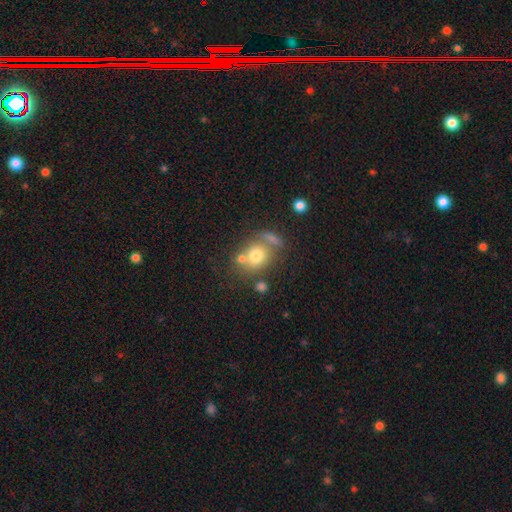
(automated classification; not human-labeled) smooth_or_featured: smooth (p=0.71) [alt: featured or disk p=0.17]
how_rounded: round (p=0.66) [alt: in between p=0.32]
merging: none (p=0.54) [alt: merger p=0.26]